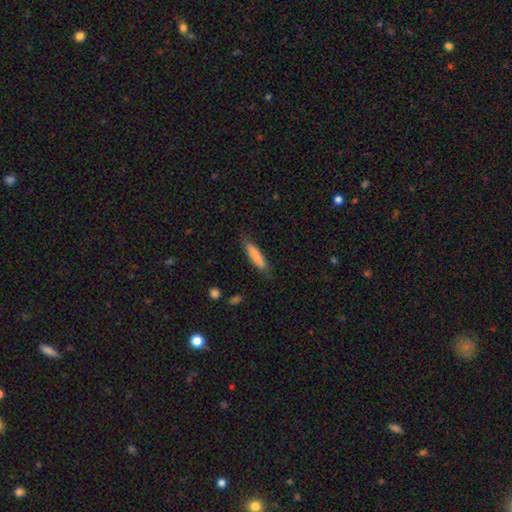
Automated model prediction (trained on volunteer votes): Smooth or featured? Predicted: smooth (p=0.81). How rounded? Predicted: cigar-shaped (p=0.75). Merging? Predicted: none (p=0.73).